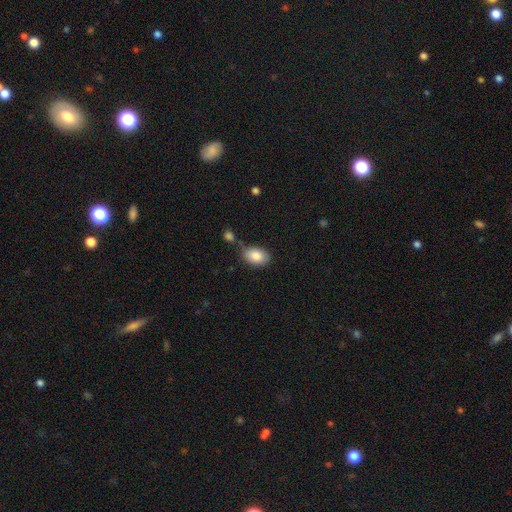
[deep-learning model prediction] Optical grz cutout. It shows a smooth galaxy with no disk features (85%) that is in between round and cigar-shaped (88%). Merging: none (65%).